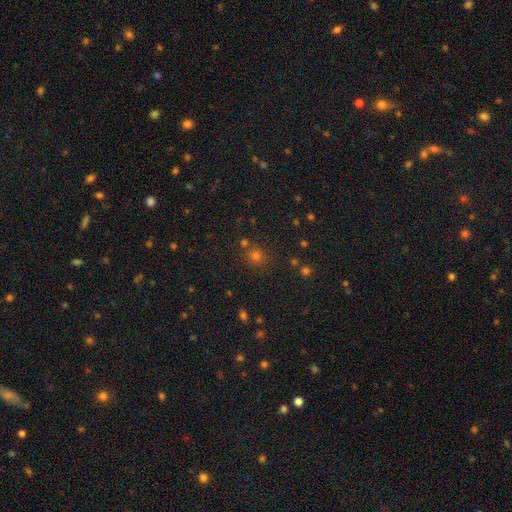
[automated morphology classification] This appears to be a smooth galaxy with no disk features (62%) that is round (89%). Merging: none (80%).